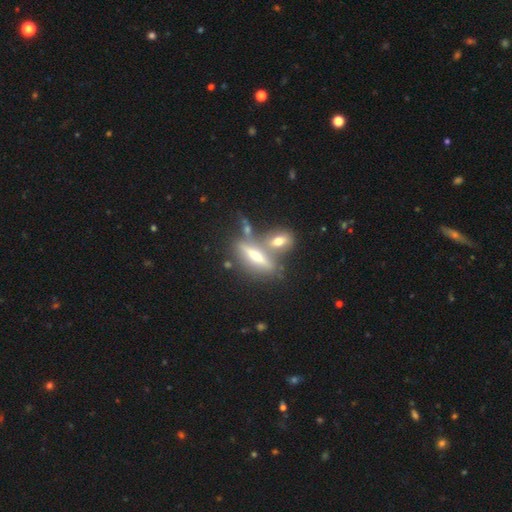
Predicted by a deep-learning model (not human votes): Smooth or featured? featured or disk (58%)
Edge-on disk? yes (82%)
Merging? none (51%)